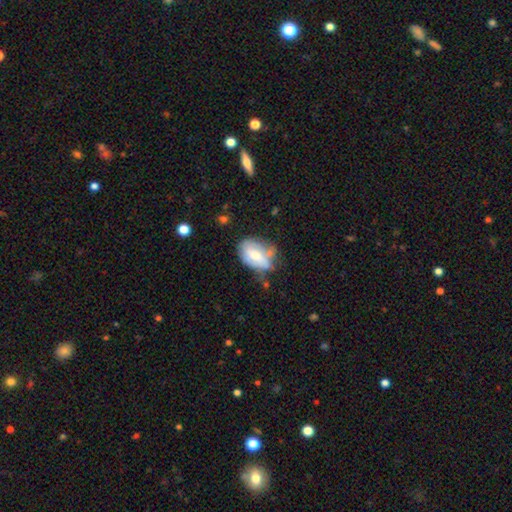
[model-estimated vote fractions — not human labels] A smooth galaxy with no disk features (57%) that is in between round and cigar-shaped (86%).

Vote fractions:
- Smooth or featured? smooth: 57% / featured or disk: 36% / star or artifact: 7%
- How rounded? in between: 86% / round: 12% / cigar-shaped: 2%
- Merging? none: 39% / minor disturbance: 36% / major disturbance: 16% / merger: 9%